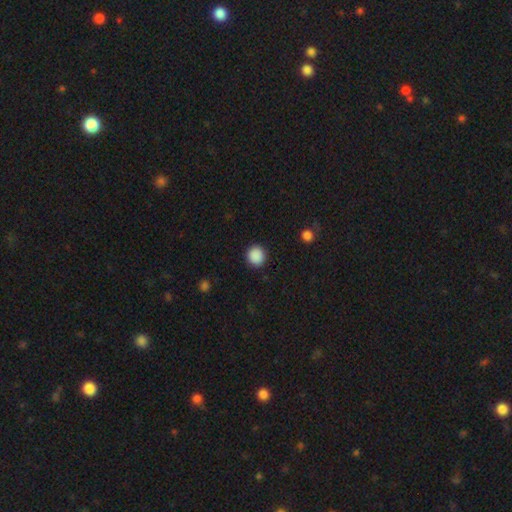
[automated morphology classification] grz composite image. It shows a smooth galaxy with no disk features (89%) that is round (91%). Merging: none (91%).